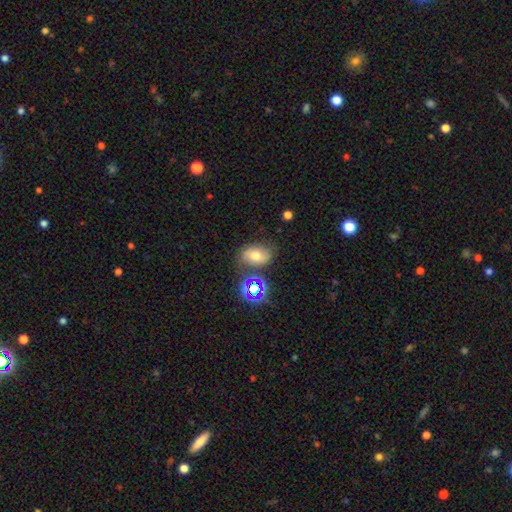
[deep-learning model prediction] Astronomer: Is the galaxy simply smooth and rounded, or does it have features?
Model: smooth — 55%.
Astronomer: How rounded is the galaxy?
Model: in between — 76%.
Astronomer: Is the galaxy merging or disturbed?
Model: none — 67%.